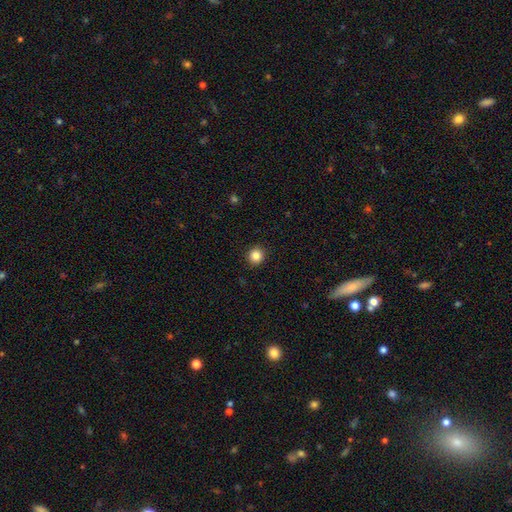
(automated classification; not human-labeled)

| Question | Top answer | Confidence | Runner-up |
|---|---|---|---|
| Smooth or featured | smooth | 85% | star or artifact (11%) |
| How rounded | round | 89% | in between (10%) |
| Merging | none | 92% | minor disturbance (5%) |